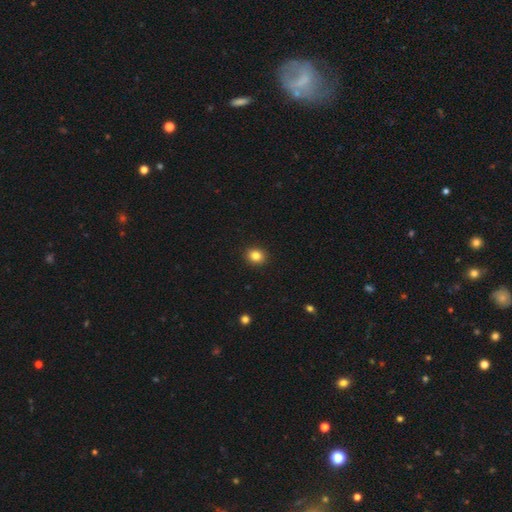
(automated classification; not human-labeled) A smooth galaxy with no disk features (84%) that is round (76%).

Vote fractions:
- Smooth or featured? smooth: 84% / star or artifact: 11% / featured or disk: 5%
- How rounded? round: 76% / in between: 23% / cigar-shaped: 1%
- Merging? none: 92% / minor disturbance: 5% / major disturbance: 2% / merger: 1%